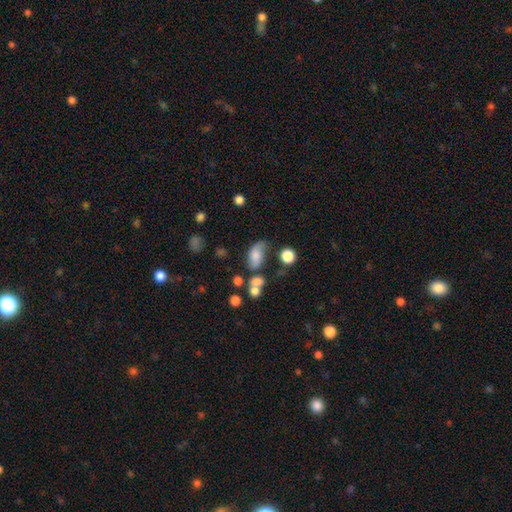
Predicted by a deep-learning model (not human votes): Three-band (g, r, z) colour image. It shows a smooth galaxy with no disk features (66%) that is in between round and cigar-shaped (88%). Merging: none (46%).